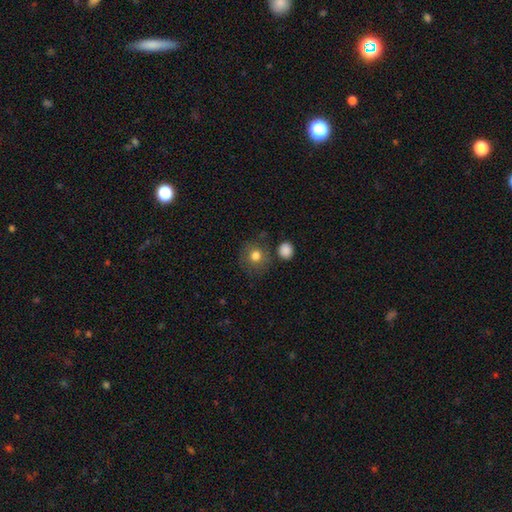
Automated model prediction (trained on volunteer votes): smooth 79%, star or artifact 11%, featured or disk 10%. Down the decision tree: how rounded — round (86%); merging — none (78%).